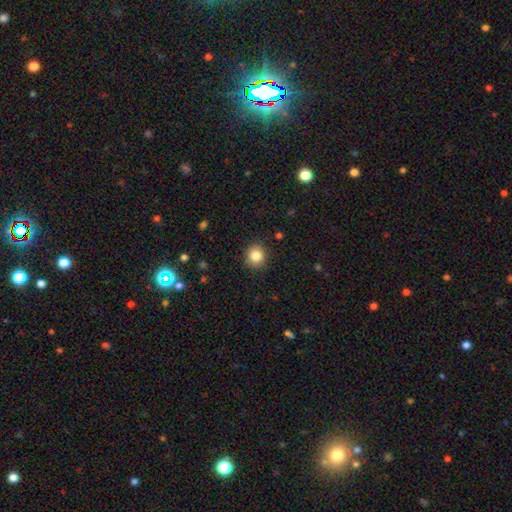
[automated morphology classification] Smooth or featured? smooth (85%)
How rounded? round (86%)
Merging? none (89%)